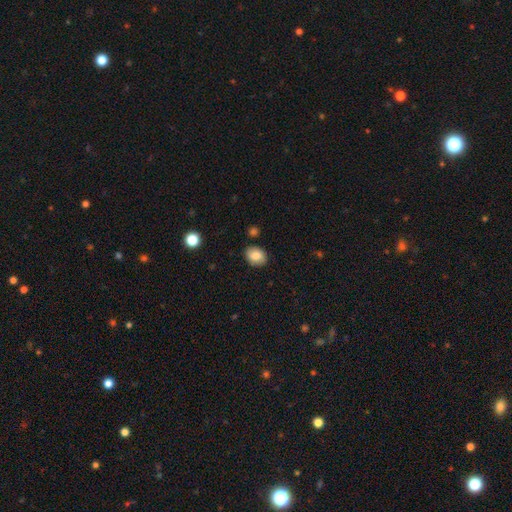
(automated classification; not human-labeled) The model was most divided on "how rounded": in between: 66%, round: 33%, cigar-shaped: 1%. More confident: smooth or featured — smooth (86%); merging — none (85%).